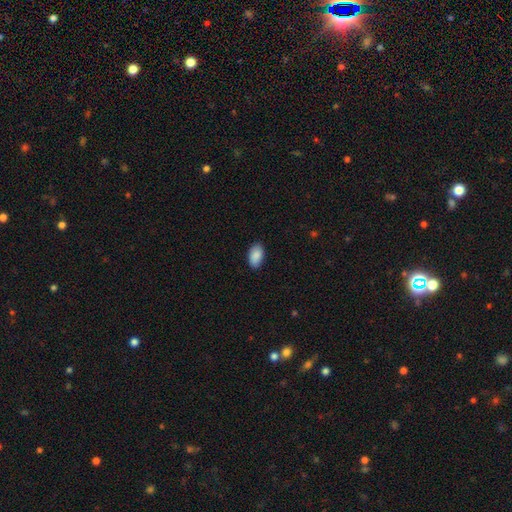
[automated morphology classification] Smooth or featured?
  - smooth: 89% *
  - star or artifact: 6%
  - featured or disk: 5%
How rounded?
  - in between: 94% *
  - round: 4%
  - cigar-shaped: 2%
Merging?
  - none: 87% *
  - minor disturbance: 10%
  - major disturbance: 2%
  - merger: 1%